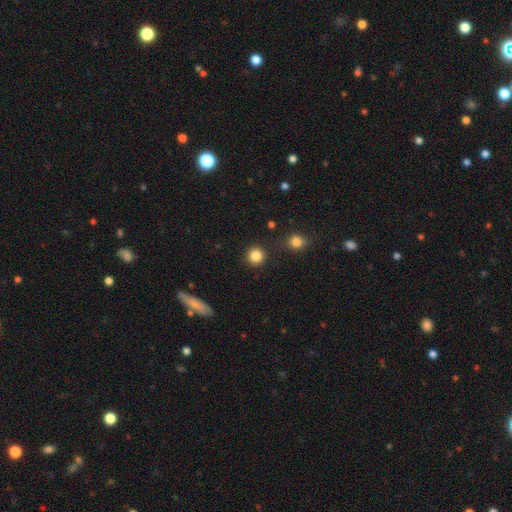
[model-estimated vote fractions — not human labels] Q: Smooth or featured?
A: smooth (85%); runner-up: star or artifact (10%)
Q: How rounded?
A: round (94%); runner-up: in between (5%)
Q: Merging?
A: none (89%); runner-up: minor disturbance (6%)